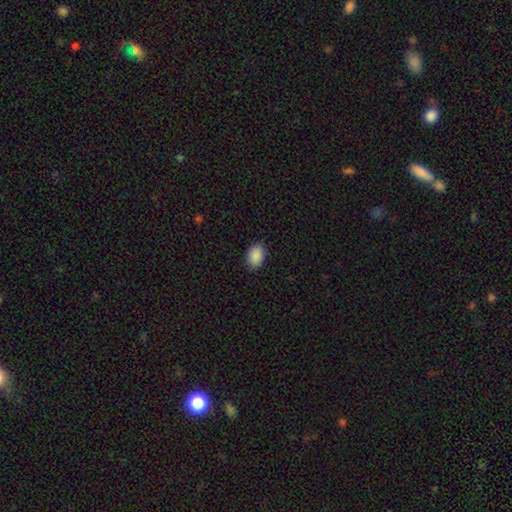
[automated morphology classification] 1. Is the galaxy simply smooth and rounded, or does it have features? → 90% smooth, 7% star or artifact, 3% featured or disk.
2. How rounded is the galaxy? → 86% in between, 13% round, 1% cigar-shaped.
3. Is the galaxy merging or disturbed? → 87% none, 10% minor disturbance, 2% major disturbance, 1% merger.